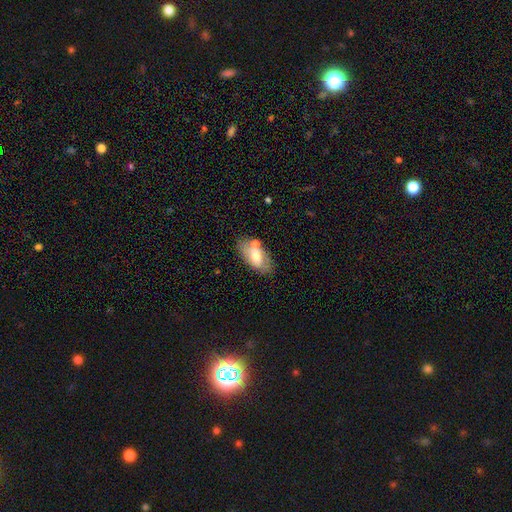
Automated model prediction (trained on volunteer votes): Overall: smooth (62%; featured or disk 31%). How rounded: in between (92%). Merging: none (62%).